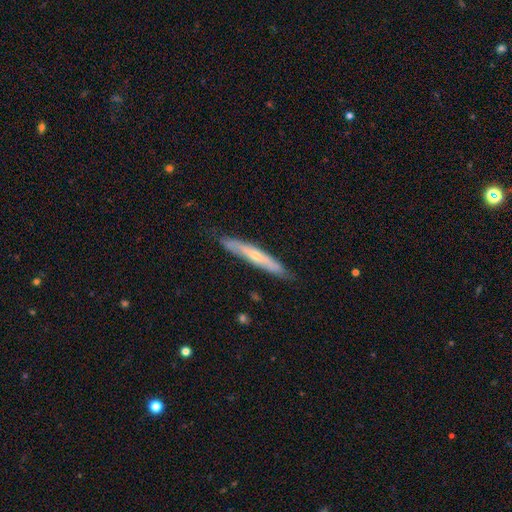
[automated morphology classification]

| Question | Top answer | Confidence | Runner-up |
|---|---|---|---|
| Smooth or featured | featured or disk | 54% | smooth (41%) |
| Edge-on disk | yes | 81% | no (19%) |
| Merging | none | 80% | minor disturbance (16%) |